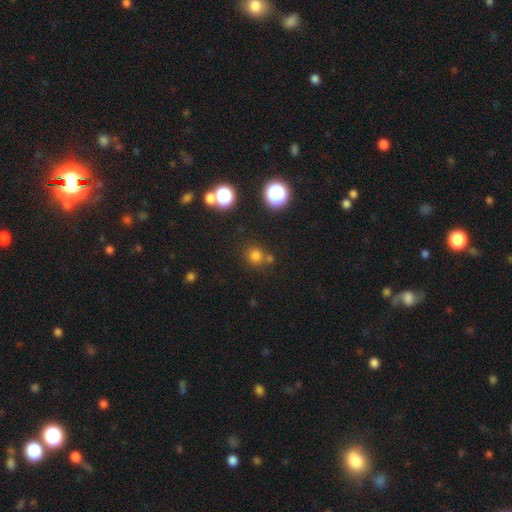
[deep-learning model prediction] Smooth or featured: smooth — 72% (star or artifact — 22%)
How rounded: round — 90% (in between — 9%)
Merging: none — 72% (merger — 16%)